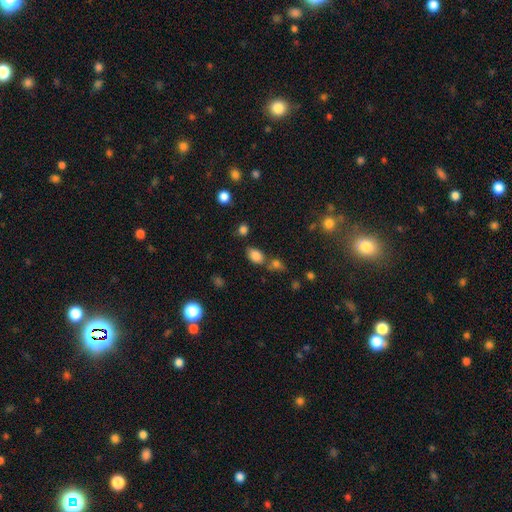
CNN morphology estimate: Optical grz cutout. It shows a smooth galaxy with no disk features (82%) that is in between round and cigar-shaped (85%). Merging: none (63%).